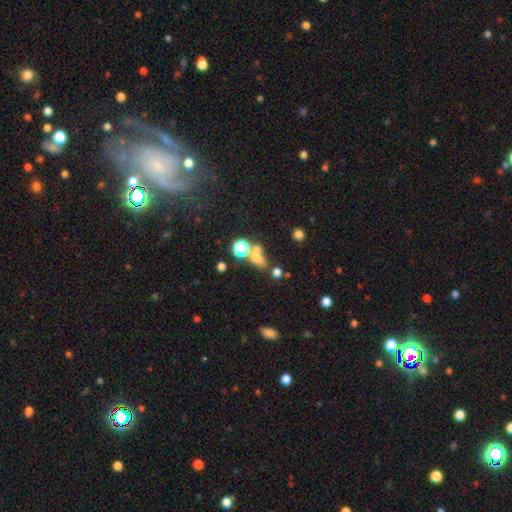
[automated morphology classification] smooth_or_featured: smooth (p=0.61) [alt: star or artifact p=0.23]
how_rounded: in between (p=0.57) [alt: round p=0.34]
merging: merger (p=0.39) [tied with: none p=0.39]